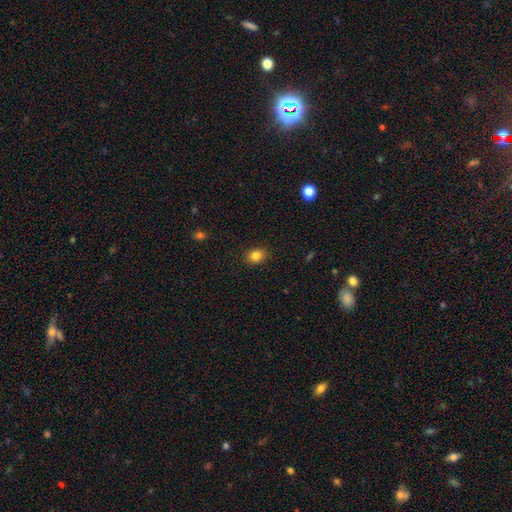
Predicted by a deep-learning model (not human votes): A smooth galaxy with no disk features (84%) that is in between round and cigar-shaped (52%).

Vote fractions:
- Smooth or featured? smooth: 84% / star or artifact: 11% / featured or disk: 5%
- How rounded? in between: 52% / round: 47% / cigar-shaped: 1%
- Merging? none: 88% / minor disturbance: 9% / major disturbance: 2% / merger: 1%